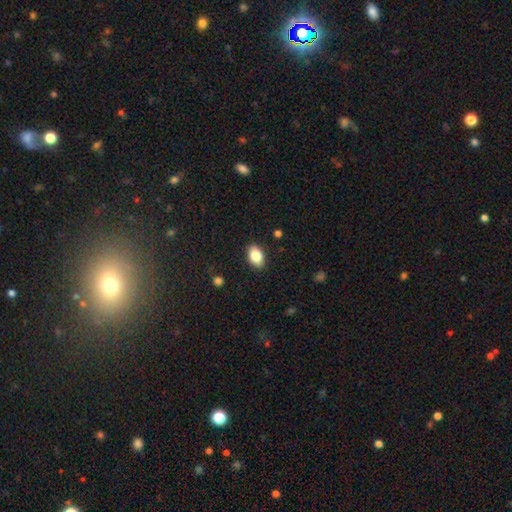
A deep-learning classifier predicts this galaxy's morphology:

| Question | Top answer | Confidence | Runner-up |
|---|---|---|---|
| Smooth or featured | smooth | 85% | star or artifact (7%) |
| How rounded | in between | 90% | round (9%) |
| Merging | none | 88% | minor disturbance (9%) |